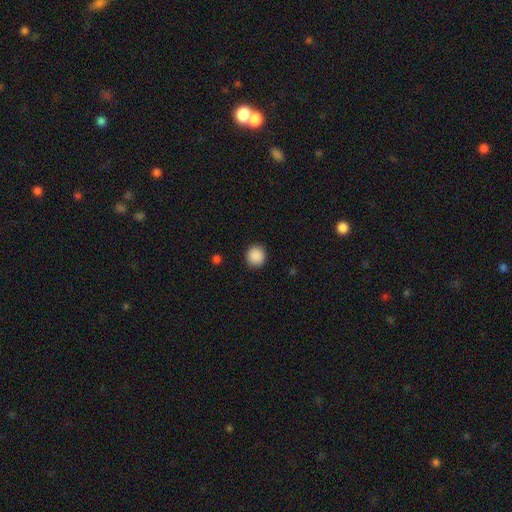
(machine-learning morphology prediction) This appears to be a smooth galaxy with no disk features (89%) that is round (92%). Merging: none (91%).